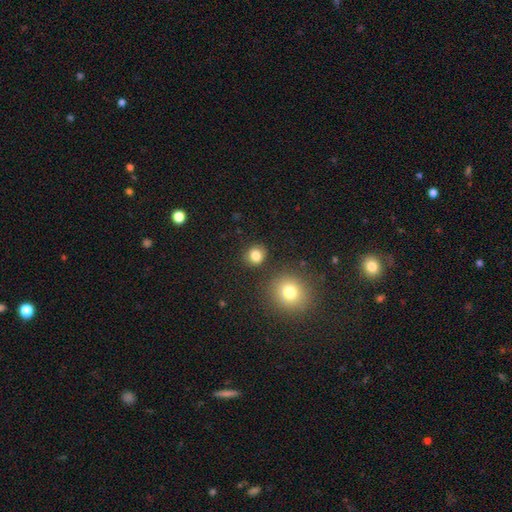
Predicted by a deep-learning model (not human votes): Overall: smooth (82%). How rounded: round (80%). Merging: none (85%).